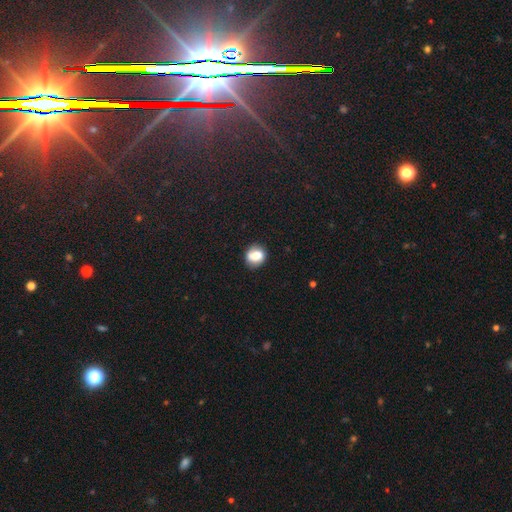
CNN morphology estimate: smooth-or-featured: smooth: 75% | featured or disk: 15% | star or artifact: 9%
  how-rounded: round: 66% | in between: 33% | cigar-shaped: 1%
  merging: none: 71% | minor disturbance: 18% | merger: 6% | major disturbance: 5%